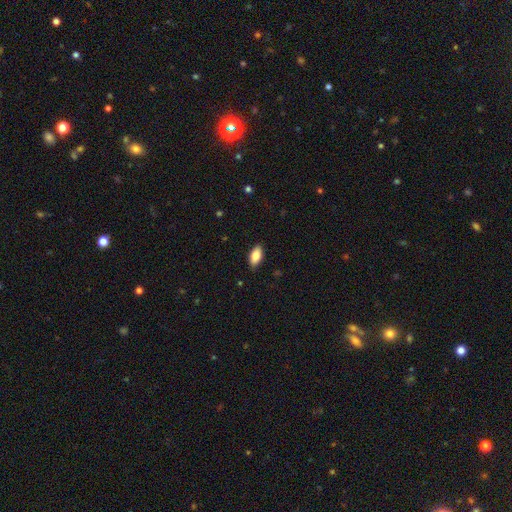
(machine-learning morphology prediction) This is clearly a smooth galaxy (81%). How rounded: clearly in between (91%). Merging: clearly none (88%).